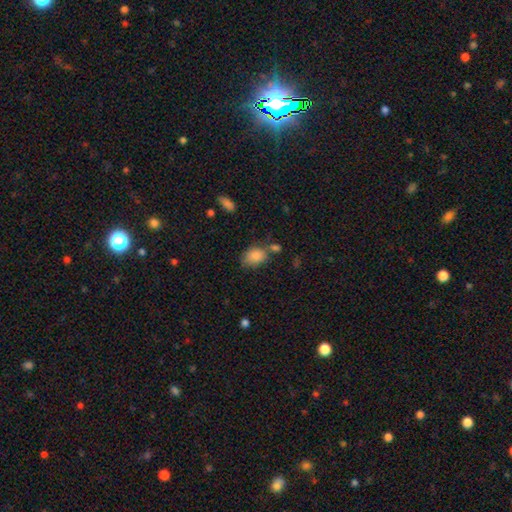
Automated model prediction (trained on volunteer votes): Overall: smooth (86%). How rounded: in between (77%). Merging: none (56%; minor disturbance 23%).